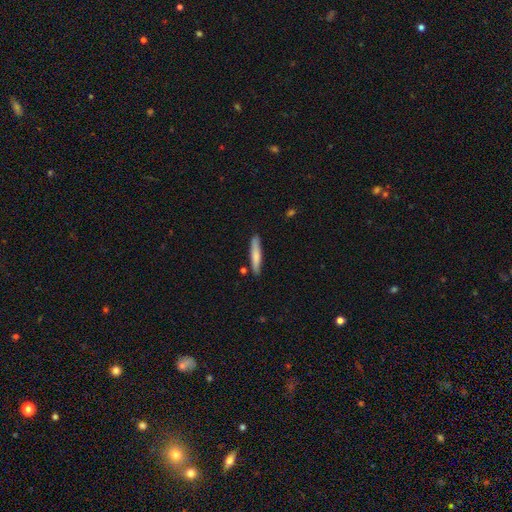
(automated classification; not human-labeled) A smooth galaxy with no disk features (76%) that is cigar-shaped (92%).

Vote fractions:
- Smooth or featured? smooth: 76% / featured or disk: 19% / star or artifact: 5%
- How rounded? cigar-shaped: 92% / in between: 7% / round: 1%
- Merging? none: 85% / minor disturbance: 10% / merger: 3% / major disturbance: 2%